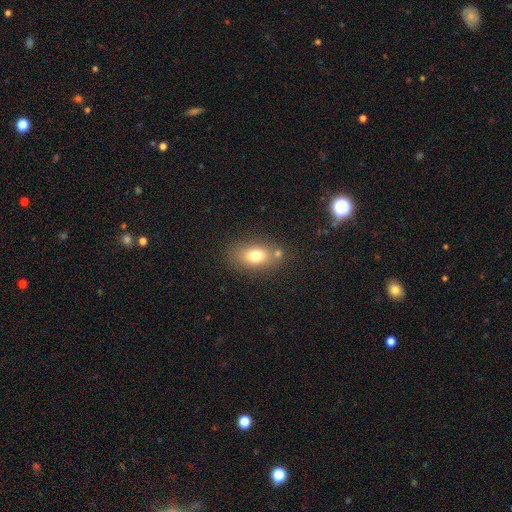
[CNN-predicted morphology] The model was most divided on "merging": none: 68%, merger: 15%, minor disturbance: 13%, major disturbance: 4%. More confident: how rounded — in between (80%); smooth or featured — smooth (74%).